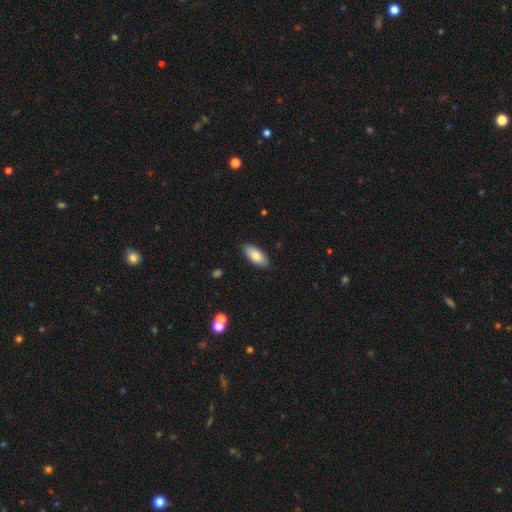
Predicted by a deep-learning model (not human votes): Morphology: type=smooth (83%); roundness=in between (89%); merging=none (87%).